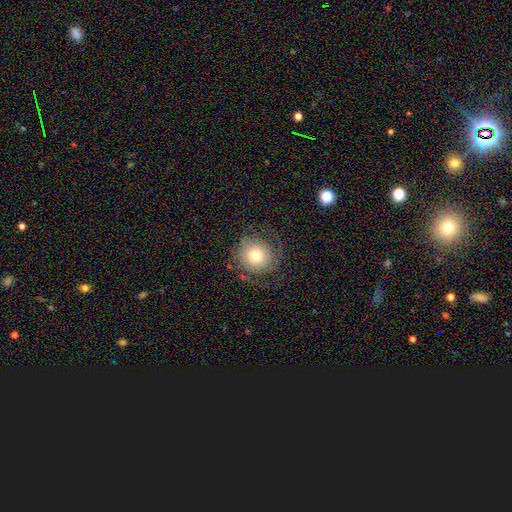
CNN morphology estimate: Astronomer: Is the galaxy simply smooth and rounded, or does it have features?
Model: smooth — 50% (runner-up: featured or disk, 41%).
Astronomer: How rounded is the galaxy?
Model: round — 90%.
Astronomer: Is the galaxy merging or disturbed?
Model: none — 67%.